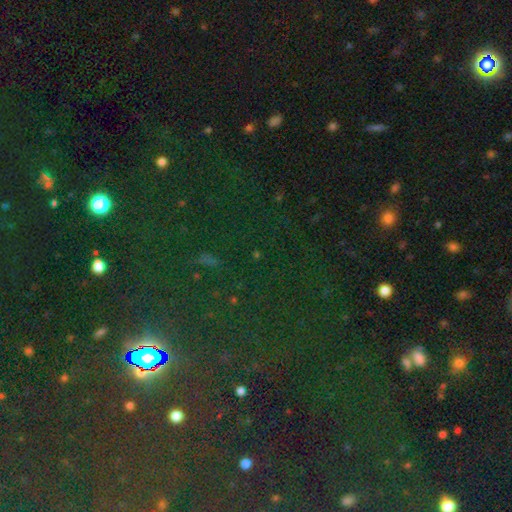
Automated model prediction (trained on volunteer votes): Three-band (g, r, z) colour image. It shows a star or artifact, not a galaxy (79%).